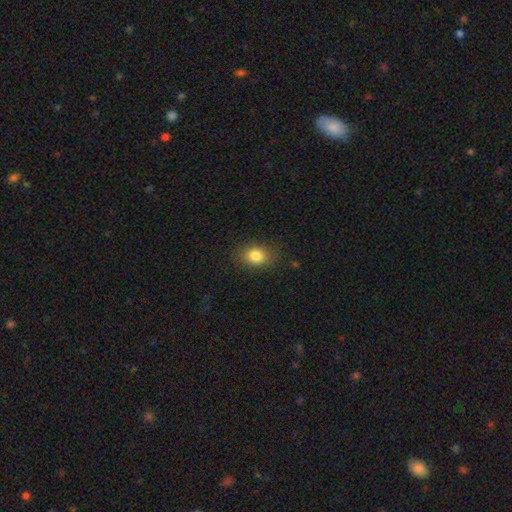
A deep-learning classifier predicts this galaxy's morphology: Smooth or featured? smooth (83%)
How rounded? in between (62%)
Merging? none (84%)